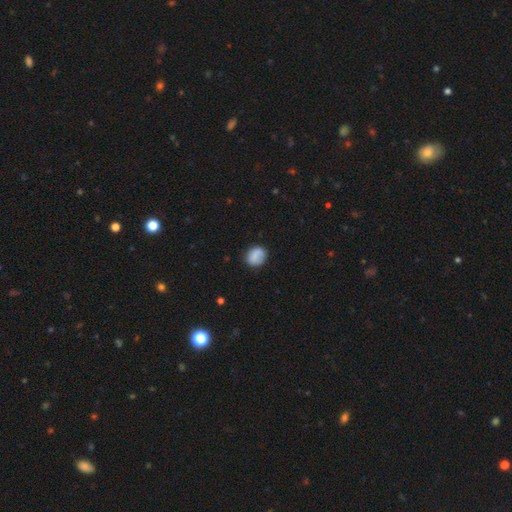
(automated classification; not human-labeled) Smooth or featured?
  - smooth: 81% *
  - featured or disk: 11%
  - star or artifact: 8%
How rounded?
  - round: 69% *
  - in between: 30%
  - cigar-shaped: 1%
Merging?
  - none: 78% *
  - minor disturbance: 16%
  - major disturbance: 4%
  - merger: 2%